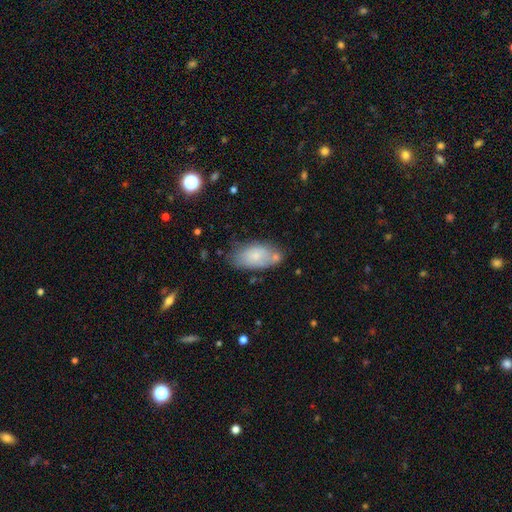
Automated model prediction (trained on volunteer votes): This is likely a smooth galaxy (72%). How rounded: clearly in between (93%). Merging: possibly none (57%).